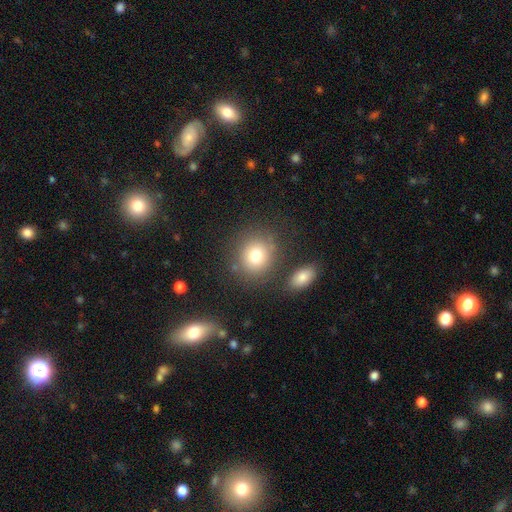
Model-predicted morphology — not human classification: smooth 77%, featured or disk 12%, star or artifact 11%. Down the decision tree: how rounded — round (80%); merging — none (75%).